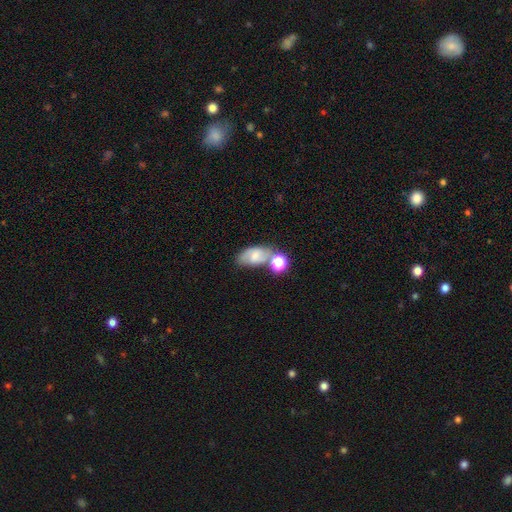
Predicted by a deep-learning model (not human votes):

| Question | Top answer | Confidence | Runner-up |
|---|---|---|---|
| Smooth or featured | smooth | 53% | featured or disk (34%) |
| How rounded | in between | 82% | round (14%) |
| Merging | none | 48% | merger (25%) |